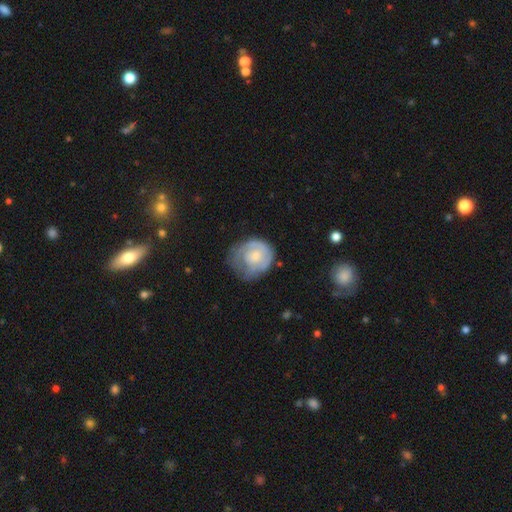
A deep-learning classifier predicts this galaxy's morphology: smooth_or_featured: featured or disk (p=0.58) [alt: smooth p=0.37]
disk_edge_on: no (p=0.97) [alt: yes p=0.03]
bar: no (p=0.79) [alt: weak p=0.18]
has_spiral_arms: yes (p=0.68) [alt: no p=0.32]
bulge_size: small (p=0.41) [alt: moderate p=0.39]
merging: none (p=0.52) [alt: minor disturbance p=0.28]